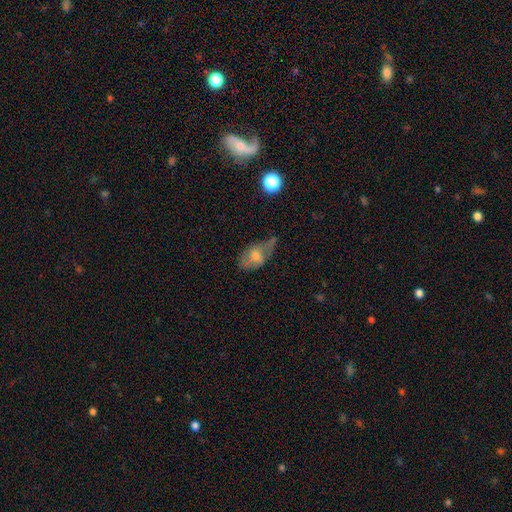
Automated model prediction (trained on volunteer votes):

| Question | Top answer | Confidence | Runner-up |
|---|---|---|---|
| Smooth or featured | smooth | 50% | featured or disk (39%) |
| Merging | none | 41% | minor disturbance (33%) |